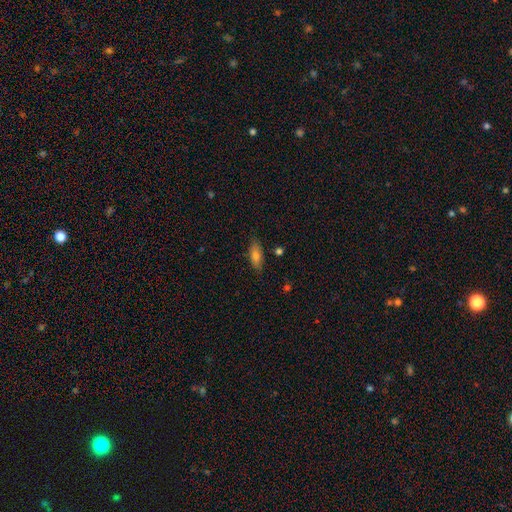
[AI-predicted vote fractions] Q: Smooth or featured?
A: smooth (73%); runner-up: featured or disk (20%)
Q: How rounded?
A: in between (72%); runner-up: cigar-shaped (25%)
Q: Merging?
A: none (83%); runner-up: minor disturbance (13%)